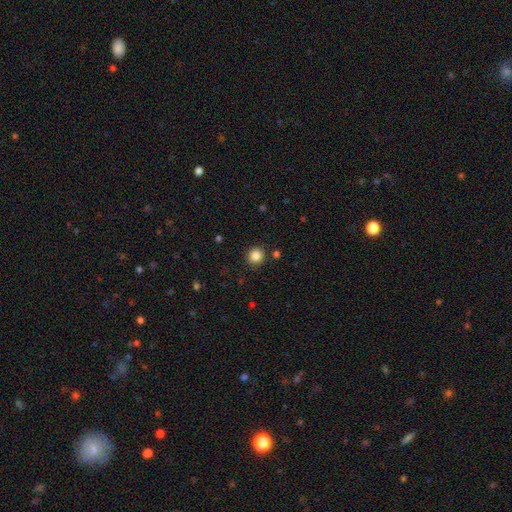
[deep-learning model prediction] Q: Smooth or featured?
A: smooth (85%); runner-up: star or artifact (11%)
Q: How rounded?
A: round (93%); runner-up: in between (6%)
Q: Merging?
A: none (90%); runner-up: minor disturbance (6%)